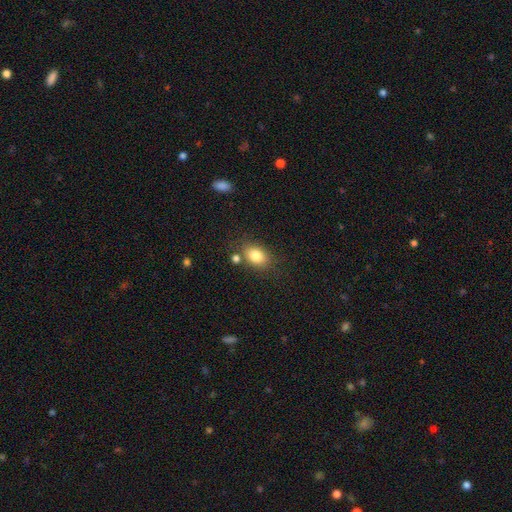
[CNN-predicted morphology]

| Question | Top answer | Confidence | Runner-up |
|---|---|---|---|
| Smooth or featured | smooth | 82% | star or artifact (10%) |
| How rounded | in between | 74% | round (24%) |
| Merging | none | 73% | minor disturbance (14%) |